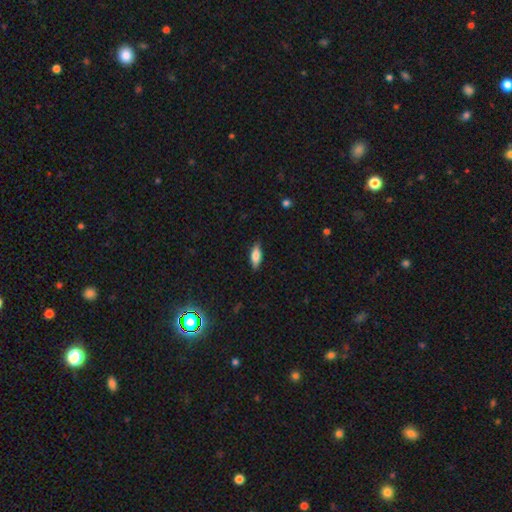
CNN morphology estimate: This is likely a smooth galaxy (75%). How rounded: likely in between (70%). Merging: clearly none (85%).